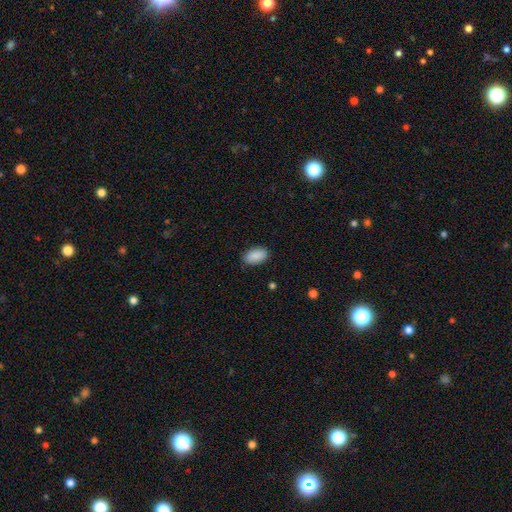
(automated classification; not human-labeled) smooth_or_featured: smooth (p=0.90) [alt: star or artifact p=0.07]
how_rounded: in between (p=0.94) [alt: round p=0.04]
merging: none (p=0.87) [alt: minor disturbance p=0.10]